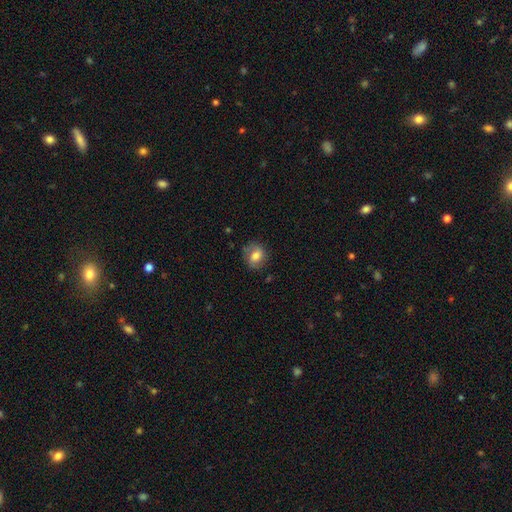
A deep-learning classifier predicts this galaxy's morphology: A smooth galaxy with no disk features (68%) that is round (59%).

Vote fractions:
- Smooth or featured? smooth: 68% / featured or disk: 23% / star or artifact: 9%
- How rounded? round: 59% / in between: 40% / cigar-shaped: 1%
- Merging? none: 74% / minor disturbance: 19% / major disturbance: 6% / merger: 2%